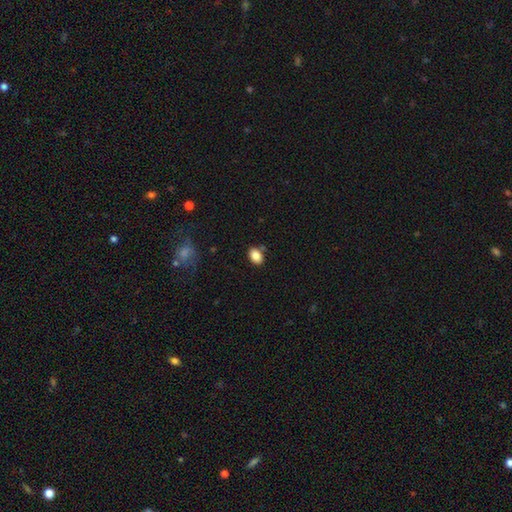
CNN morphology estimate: Smooth or featured? smooth (86%)
How rounded? in between (83%)
Merging? none (80%)